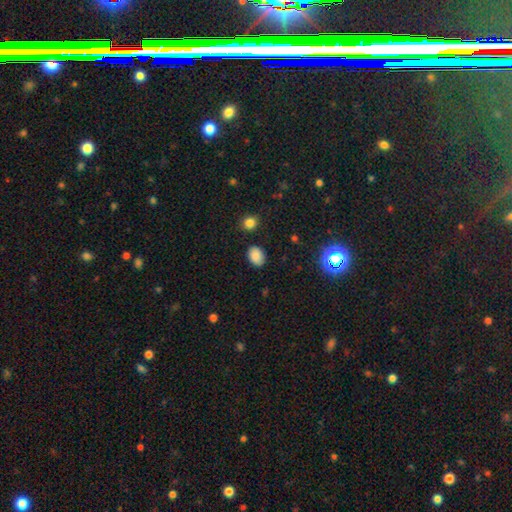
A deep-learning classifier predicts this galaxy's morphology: Smooth or featured? Predicted: smooth (p=0.84). How rounded? Predicted: in between (p=0.68). Merging? Predicted: none (p=0.84).